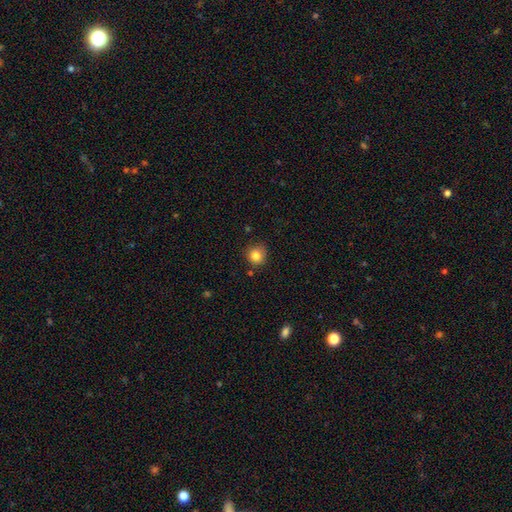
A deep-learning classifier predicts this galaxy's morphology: This is clearly a smooth galaxy (83%). How rounded: clearly round (89%). Merging: likely none (80%).